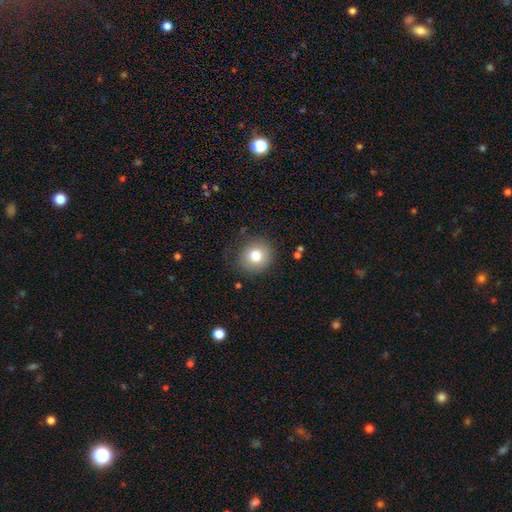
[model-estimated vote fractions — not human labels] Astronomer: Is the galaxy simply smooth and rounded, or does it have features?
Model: smooth — 80%.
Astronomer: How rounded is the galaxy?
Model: round — 84%.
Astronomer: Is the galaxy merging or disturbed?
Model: none — 80%.